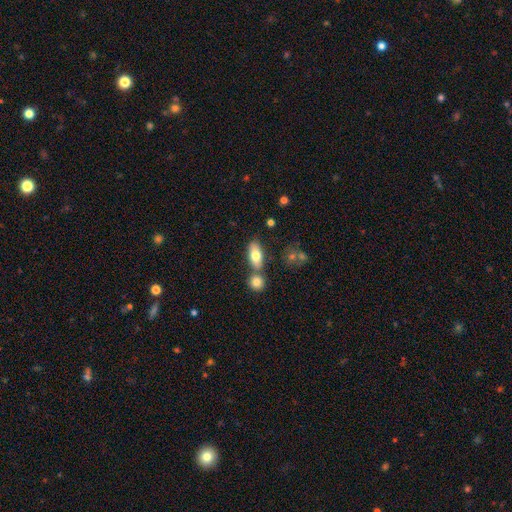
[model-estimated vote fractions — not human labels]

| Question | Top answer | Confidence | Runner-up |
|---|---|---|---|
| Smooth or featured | smooth | 75% | featured or disk (17%) |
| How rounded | in between | 82% | cigar-shaped (13%) |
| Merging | none | 63% | merger (23%) |